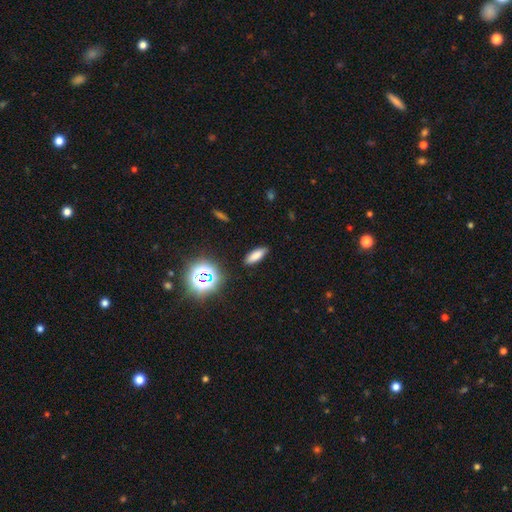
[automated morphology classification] smooth-or-featured: smooth: 75% | star or artifact: 16% | featured or disk: 8%
  how-rounded: in between: 57% | cigar-shaped: 39% | round: 4%
  merging: none: 88% | minor disturbance: 8% | major disturbance: 2% | merger: 2%